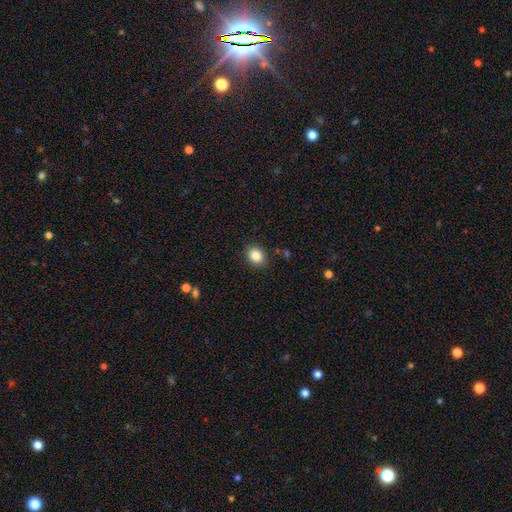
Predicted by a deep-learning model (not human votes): A smooth galaxy with no disk features (85%) that is in between round and cigar-shaped (52%).

Vote fractions:
- Smooth or featured? smooth: 85% / star or artifact: 9% / featured or disk: 6%
- How rounded? in between: 52% / round: 47% / cigar-shaped: 1%
- Merging? none: 88% / minor disturbance: 8% / major disturbance: 2% / merger: 1%